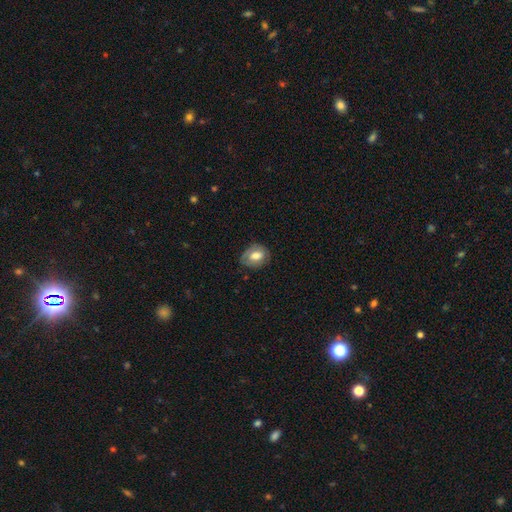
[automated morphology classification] Smooth or featured?
  - smooth: 66% *
  - featured or disk: 26%
  - star or artifact: 8%
How rounded?
  - in between: 63% *
  - round: 35%
  - cigar-shaped: 1%
Merging?
  - none: 70% *
  - minor disturbance: 22%
  - major disturbance: 7%
  - merger: 1%